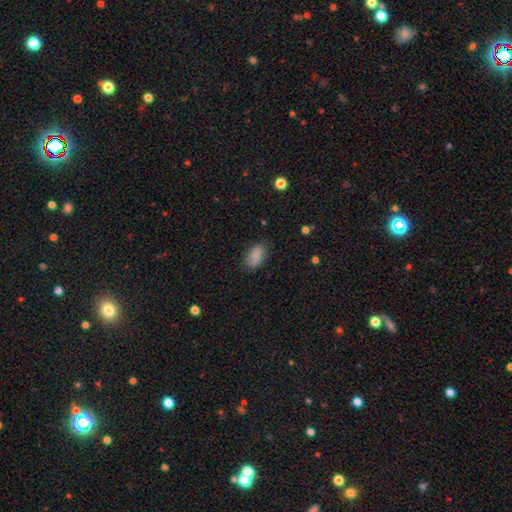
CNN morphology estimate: A smooth galaxy with no disk features (86%) that is in between round and cigar-shaped (91%).

Vote fractions:
- Smooth or featured? smooth: 86% / star or artifact: 8% / featured or disk: 6%
- How rounded? in between: 91% / round: 6% / cigar-shaped: 3%
- Merging? none: 80% / minor disturbance: 15% / major disturbance: 4% / merger: 1%